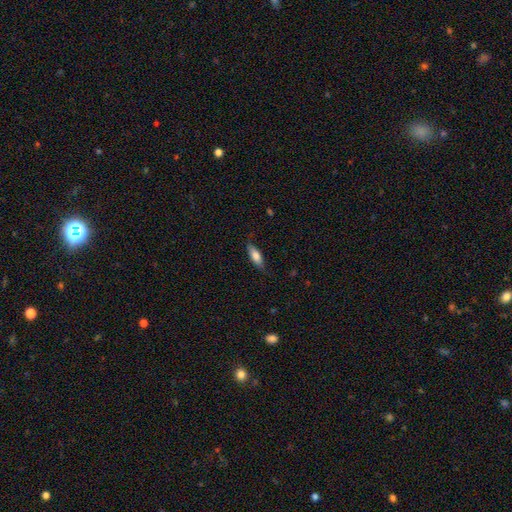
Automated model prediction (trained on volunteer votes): smooth-or-featured: smooth: 71% | featured or disk: 22% | star or artifact: 6%
  how-rounded: in between: 58% | cigar-shaped: 39% | round: 2%
  merging: none: 76% | minor disturbance: 19% | major disturbance: 4% | merger: 1%